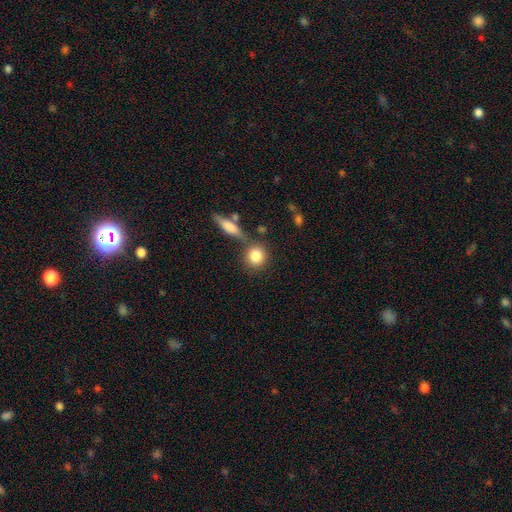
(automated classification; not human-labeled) smooth 84%, featured or disk 8%, star or artifact 8%. Down the decision tree: how rounded — round (82%); merging — none (69%).